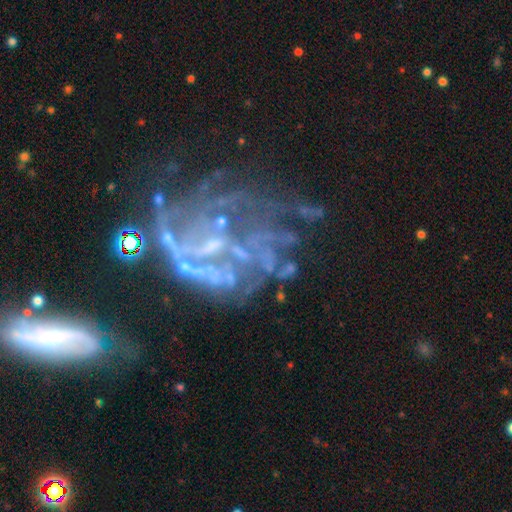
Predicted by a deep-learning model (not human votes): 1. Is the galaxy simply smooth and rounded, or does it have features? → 75% featured or disk, 17% star or artifact, 9% smooth.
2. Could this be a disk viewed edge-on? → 97% no, 3% yes.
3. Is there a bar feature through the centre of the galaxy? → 58% no, 29% weak, 13% strong.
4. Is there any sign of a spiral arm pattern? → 65% yes, 35% no.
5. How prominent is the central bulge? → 52% none, 34% small, 11% moderate, 2% large, 1% dominant.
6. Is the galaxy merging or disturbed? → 34% major disturbance (tied), 34% none (tied), 17% merger, 15% minor disturbance.